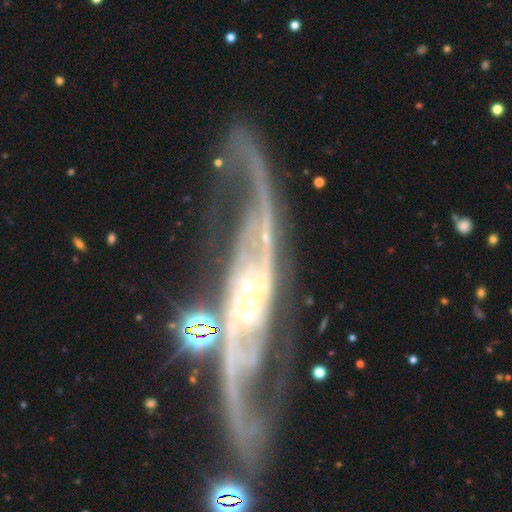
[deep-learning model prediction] The model was most divided on "bar": strong: 40%, weak: 34%, no: 26%. Remaining: spiral arms — yes (96%); smooth or featured — featured or disk (90%); edge-on disk — no (88%); spiral arm count — 2 (86%); bulge size — small (72%); merging — none (58%); spiral winding — loose (46%).